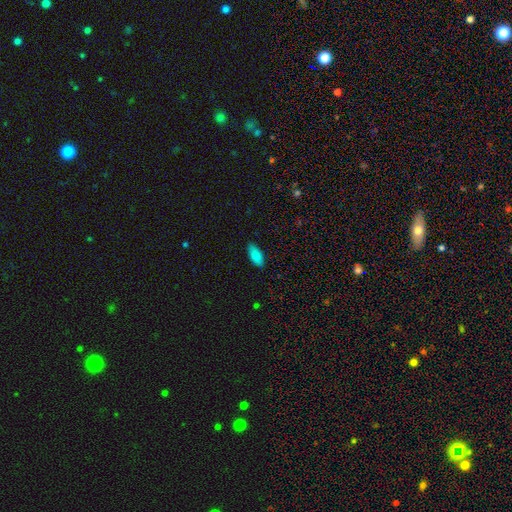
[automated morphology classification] smooth_or_featured: smooth (p=0.87) [alt: star or artifact p=0.07]
how_rounded: in between (p=0.86) [alt: cigar-shaped p=0.13]
merging: none (p=0.86) [alt: minor disturbance p=0.11]